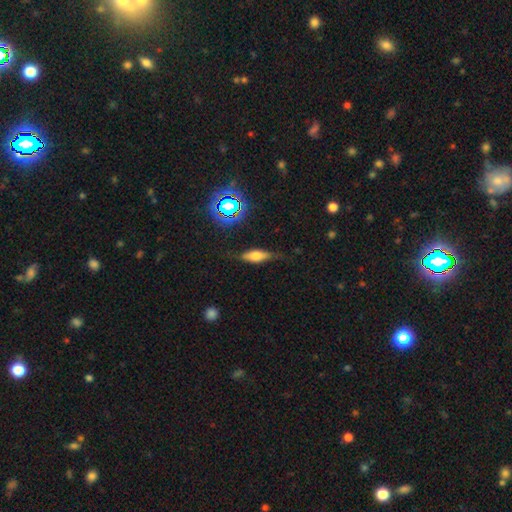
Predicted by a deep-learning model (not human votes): Smooth or featured: smooth — 48% (featured or disk — 41%)
Merging: none — 71% (minor disturbance — 20%)